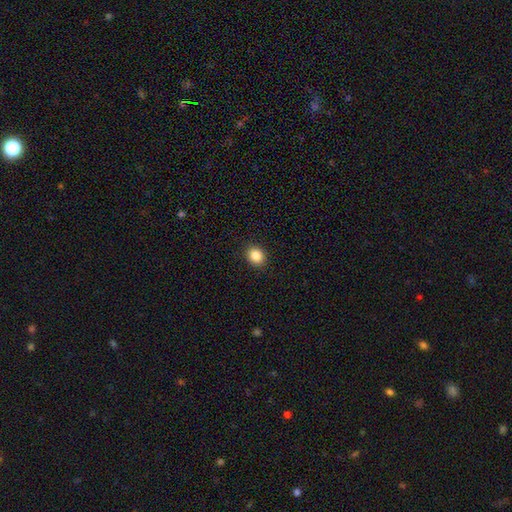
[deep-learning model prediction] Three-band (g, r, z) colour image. It shows a smooth galaxy with no disk features (86%) that is round (62%). Merging: none (91%).